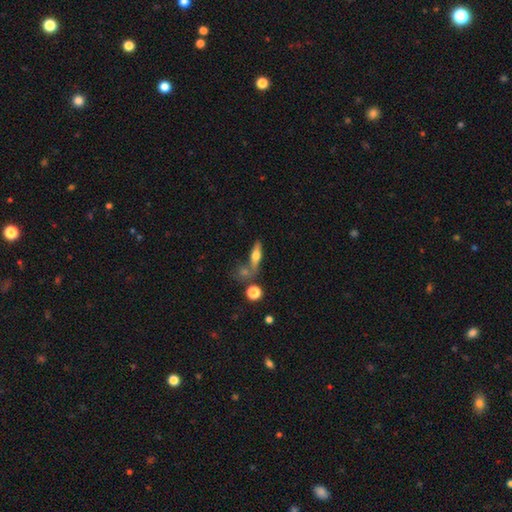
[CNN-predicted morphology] smooth 50%, featured or disk 42%, star or artifact 8%. Down the decision tree: merging — none (60%).